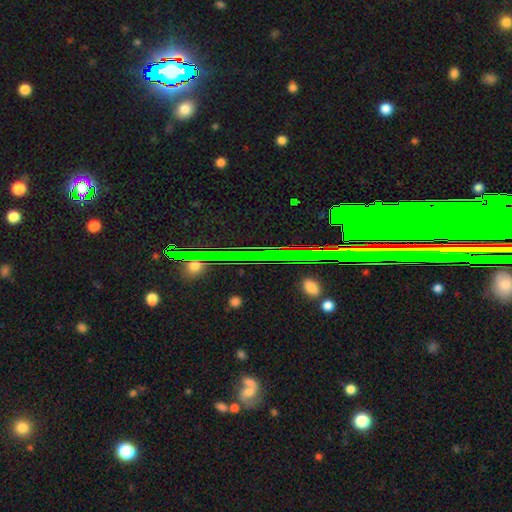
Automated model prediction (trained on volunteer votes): Smooth or featured? star or artifact (64%)